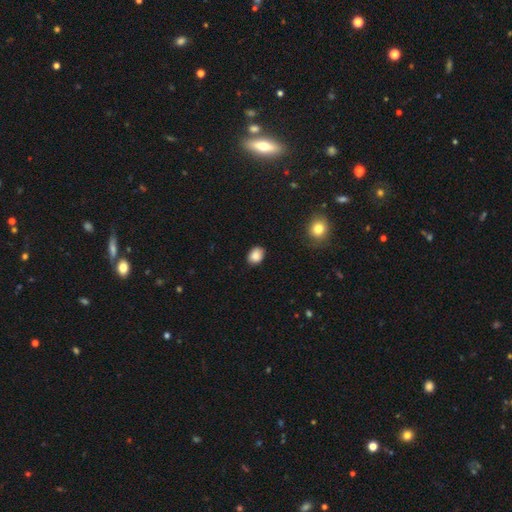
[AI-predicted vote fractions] This is clearly a smooth galaxy (86%). How rounded: likely in between (64%). Merging: clearly none (84%).